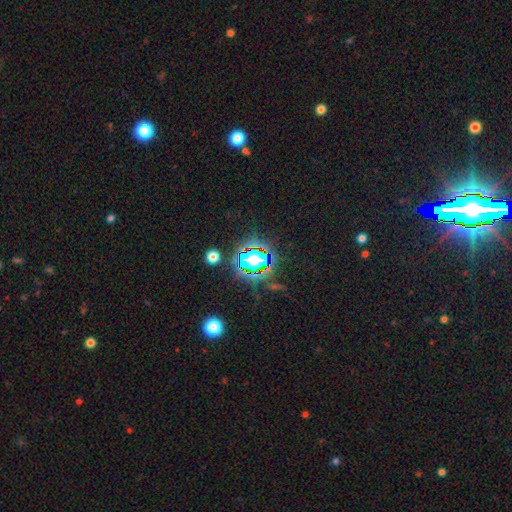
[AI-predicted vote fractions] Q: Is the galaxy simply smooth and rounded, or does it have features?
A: star or artifact — 80%.